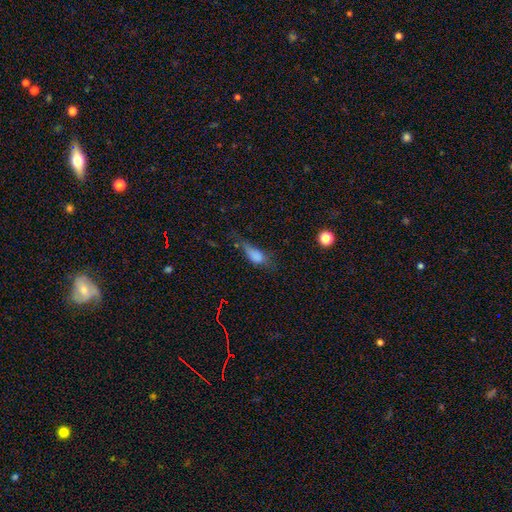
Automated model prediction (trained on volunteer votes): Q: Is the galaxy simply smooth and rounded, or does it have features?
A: smooth — 70%.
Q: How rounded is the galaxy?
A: in between — 76%.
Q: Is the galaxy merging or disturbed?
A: major disturbance — 36%.